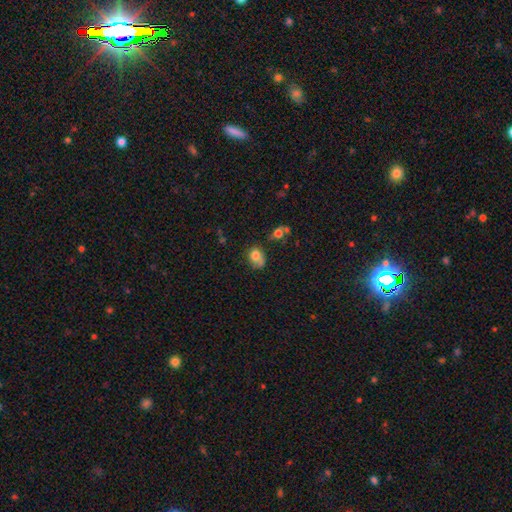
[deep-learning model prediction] A smooth galaxy with no disk features (75%) that is in between round and cigar-shaped (50%). Merging: none (40%).